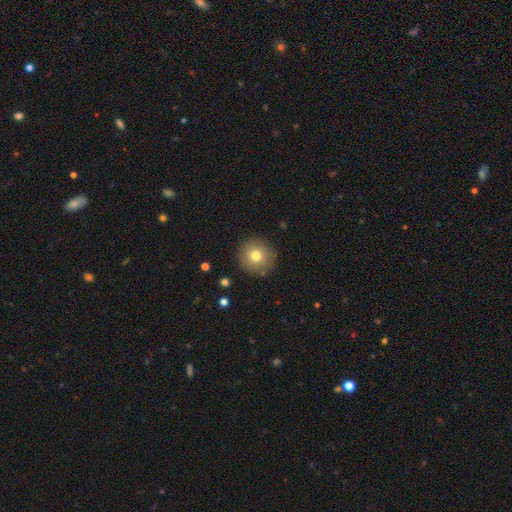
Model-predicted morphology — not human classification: A smooth galaxy with no disk features (77%) that is round (95%). Merging: none (90%).